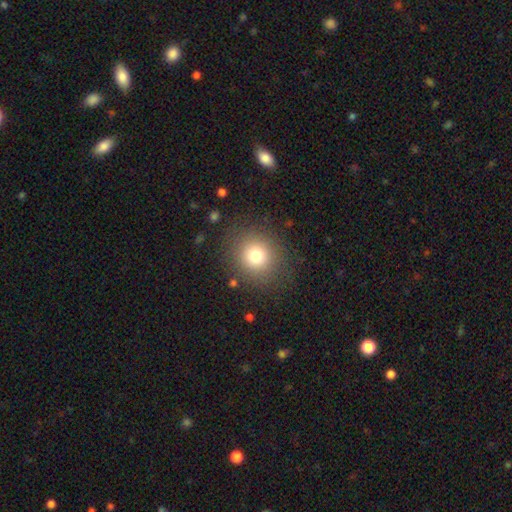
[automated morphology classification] Q: Smooth or featured?
A: smooth (76%); runner-up: star or artifact (14%)
Q: How rounded?
A: round (88%); runner-up: in between (11%)
Q: Merging?
A: none (85%); runner-up: minor disturbance (8%)